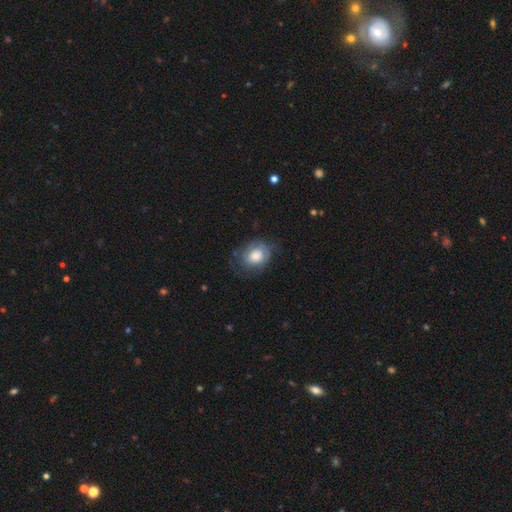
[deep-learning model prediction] Morphology: type=smooth (51%); roundness=in between (53%); merging=none (59%).